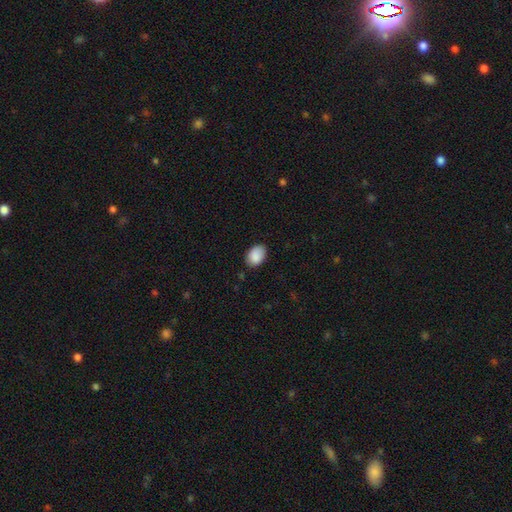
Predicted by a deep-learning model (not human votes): A smooth galaxy with no disk features (89%) that is in between round and cigar-shaped (81%).

Vote fractions:
- Smooth or featured? smooth: 89% / star or artifact: 7% / featured or disk: 4%
- How rounded? in between: 81% / round: 18% / cigar-shaped: 1%
- Merging? none: 81% / minor disturbance: 15% / major disturbance: 3% / merger: 1%